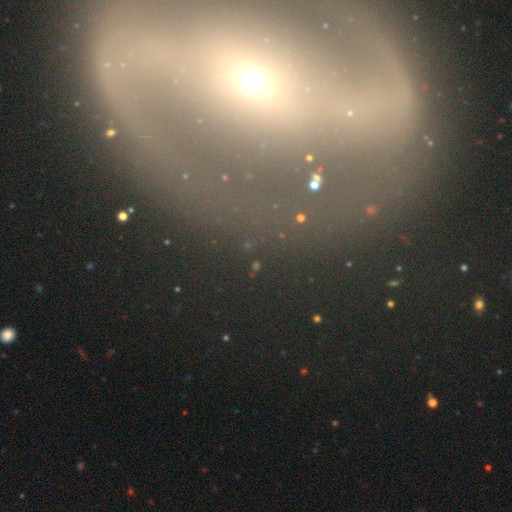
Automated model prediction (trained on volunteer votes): featured or disk 77%, smooth 12%, star or artifact 11%. Down the decision tree: edge-on disk — no (93%); bar — strong (51%); spiral arms — yes (78%); spiral arm count — 2 (84%); spiral winding — medium (41%); bulge size — small (70%); merging — none (74%).